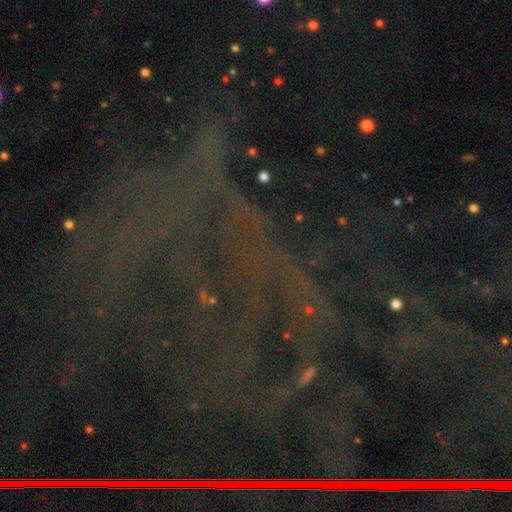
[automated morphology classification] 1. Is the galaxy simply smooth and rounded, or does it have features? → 83% star or artifact, 9% featured or disk, 7% smooth.